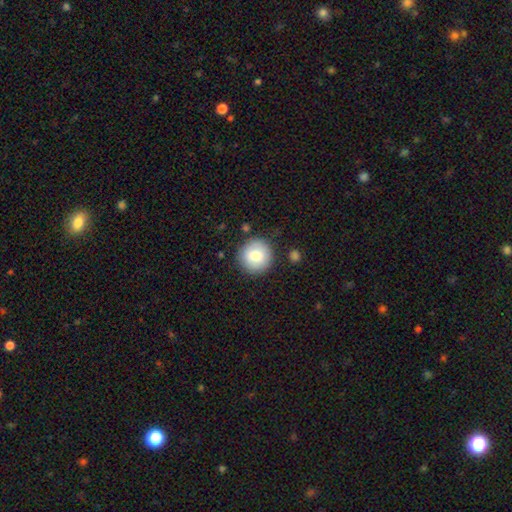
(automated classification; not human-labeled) Smooth or featured?
  - smooth: 77% *
  - featured or disk: 15%
  - star or artifact: 8%
How rounded?
  - round: 95% *
  - in between: 5%
  - cigar-shaped: 1%
Merging?
  - none: 86% *
  - minor disturbance: 9%
  - major disturbance: 3%
  - merger: 2%